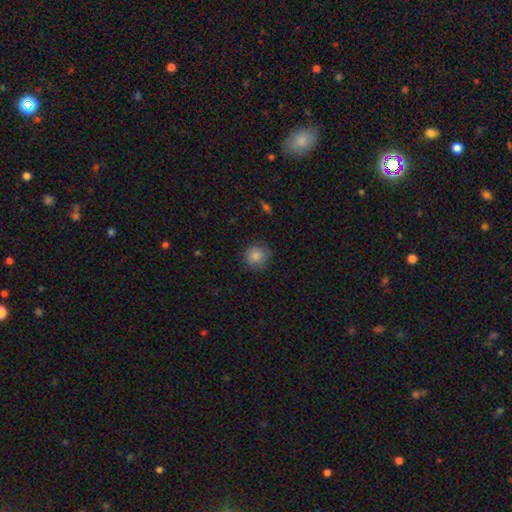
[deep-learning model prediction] smooth-or-featured: smooth: 85% | star or artifact: 9% | featured or disk: 6%
  how-rounded: round: 93% | in between: 6% | cigar-shaped: 1%
  merging: none: 84% | minor disturbance: 12% | major disturbance: 3% | merger: 1%